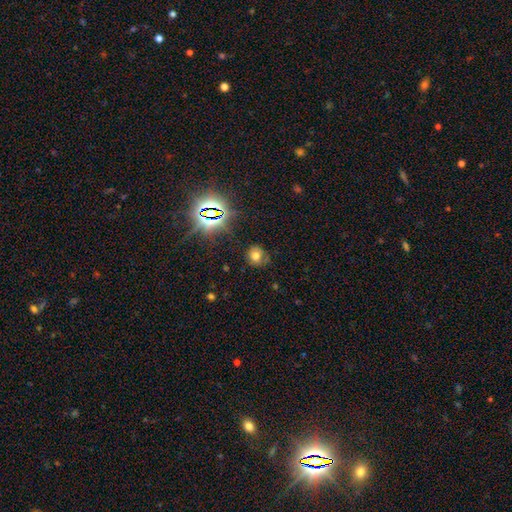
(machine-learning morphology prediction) A smooth galaxy with no disk features (65%) that is round (80%).

Vote fractions:
- Smooth or featured? smooth: 65% / star or artifact: 23% / featured or disk: 12%
- How rounded? round: 80% / in between: 19% / cigar-shaped: 1%
- Merging? none: 71% / minor disturbance: 19% / major disturbance: 6% / merger: 3%